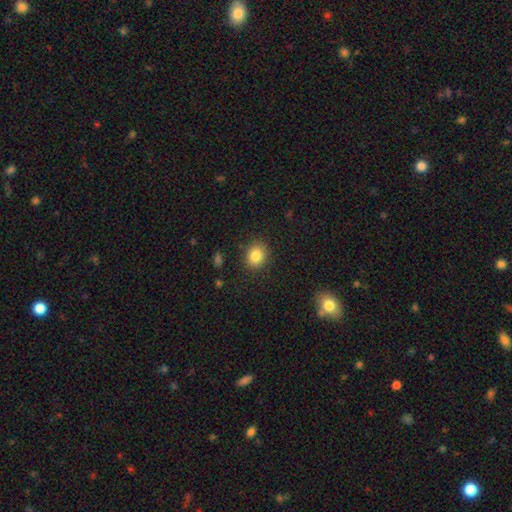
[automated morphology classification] Smooth or featured: smooth — 84% (star or artifact — 10%)
How rounded: round — 64% (in between — 35%)
Merging: none — 87% (minor disturbance — 9%)